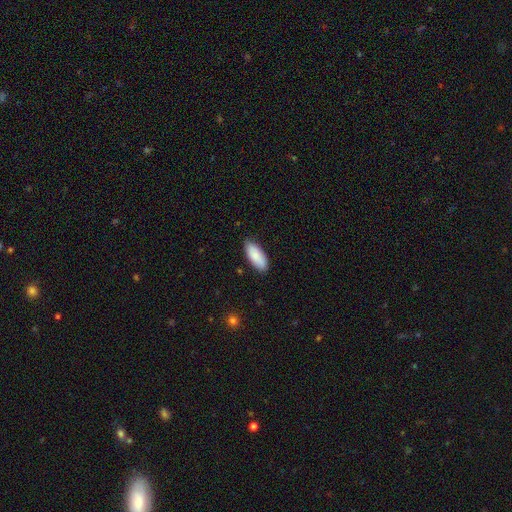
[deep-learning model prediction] smooth_or_featured: smooth (p=0.87) [alt: featured or disk p=0.08]
how_rounded: in between (p=0.82) [alt: cigar-shaped p=0.17]
merging: none (p=0.82) [alt: minor disturbance p=0.15]